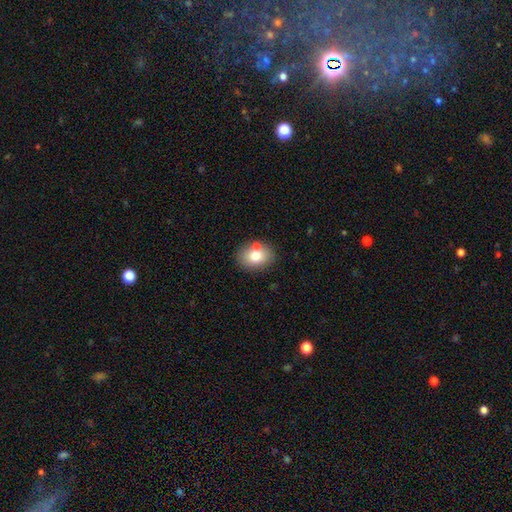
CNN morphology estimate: Smooth or featured?
  - smooth: 75% *
  - featured or disk: 16%
  - star or artifact: 9%
How rounded?
  - in between: 62% *
  - round: 37%
  - cigar-shaped: 1%
Merging?
  - none: 73% *
  - minor disturbance: 12%
  - merger: 12%
  - major disturbance: 3%